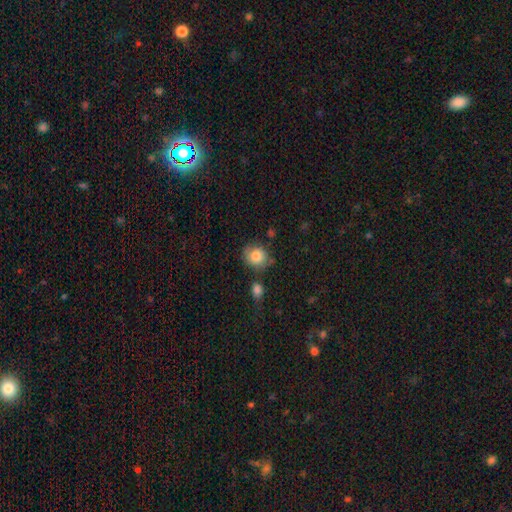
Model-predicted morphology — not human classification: smooth_or_featured: smooth (p=0.83) [alt: featured or disk p=0.09]
how_rounded: round (p=0.78) [alt: in between p=0.21]
merging: none (p=0.72) [alt: minor disturbance p=0.17]